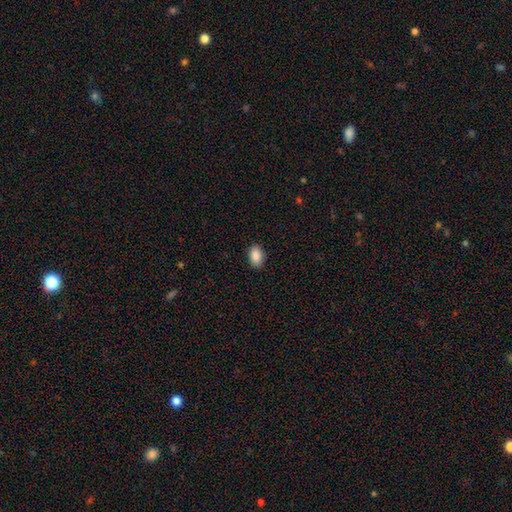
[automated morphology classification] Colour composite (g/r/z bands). It shows a smooth galaxy with no disk features (89%) that is in between round and cigar-shaped (87%). Merging: none (89%).